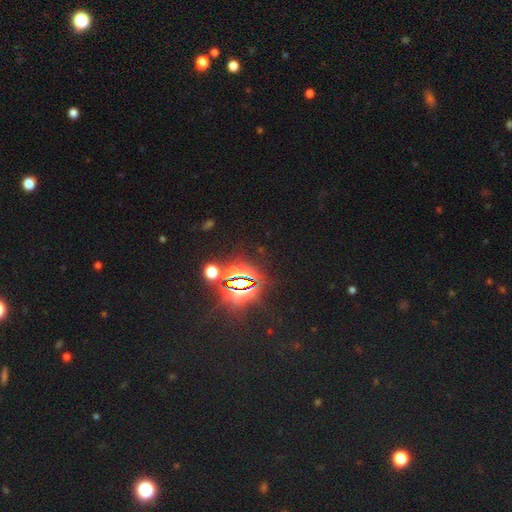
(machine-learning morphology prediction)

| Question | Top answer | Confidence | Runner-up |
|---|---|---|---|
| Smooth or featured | star or artifact | 77% | smooth (16%) |